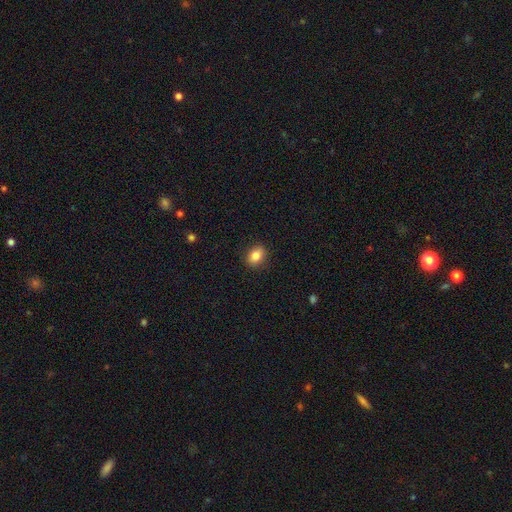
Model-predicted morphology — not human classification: A smooth galaxy with no disk features (84%) that is in between round and cigar-shaped (67%).

Vote fractions:
- Smooth or featured? smooth: 84% / star or artifact: 9% / featured or disk: 7%
- How rounded? in between: 67% / round: 32% / cigar-shaped: 1%
- Merging? none: 89% / minor disturbance: 8% / major disturbance: 2% / merger: 1%